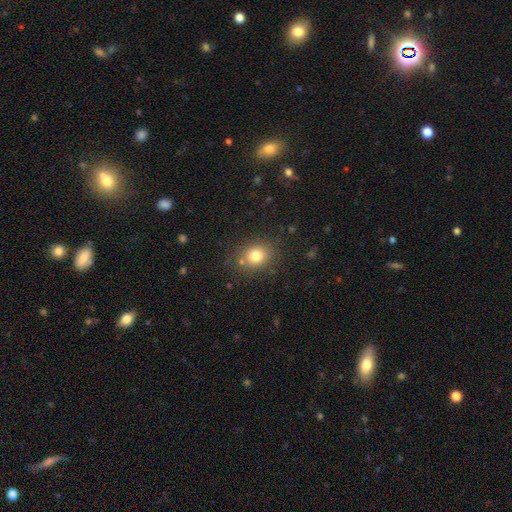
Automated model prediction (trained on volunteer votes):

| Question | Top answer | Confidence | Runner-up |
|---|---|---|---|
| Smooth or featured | smooth | 78% | star or artifact (13%) |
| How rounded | round | 66% | in between (33%) |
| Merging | none | 80% | minor disturbance (11%) |